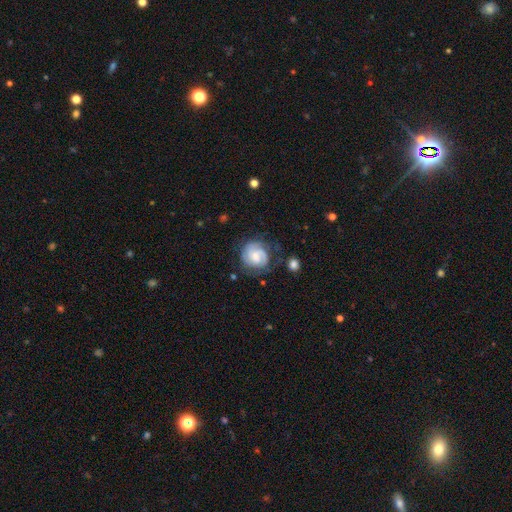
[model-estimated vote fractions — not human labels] The model was most divided on "bulge size": small: 45%, moderate: 43%, none: 6%, large: 5%, dominant: 1%. Remaining: edge-on disk — no (98%); spiral arms — yes (93%); smooth or featured — featured or disk (73%); merging — none (66%); spiral winding — tight (61%); spiral arm count — 2 (51%); bar — no (49%).